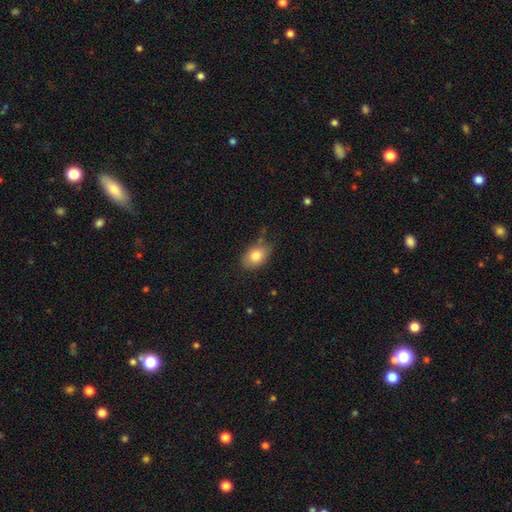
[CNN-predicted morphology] This appears to be a smooth galaxy with no disk features (80%) that is in between round and cigar-shaped (82%). Merging: none (65%).